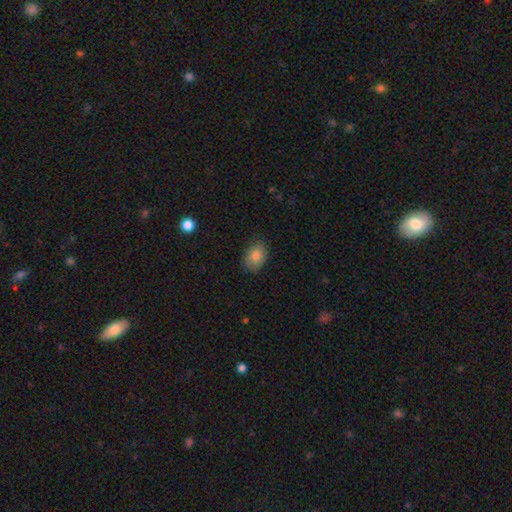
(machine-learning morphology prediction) smooth_or_featured: smooth (p=0.83) [alt: featured or disk p=0.09]
how_rounded: in between (p=0.72) [alt: round p=0.27]
merging: none (p=0.80) [alt: minor disturbance p=0.16]